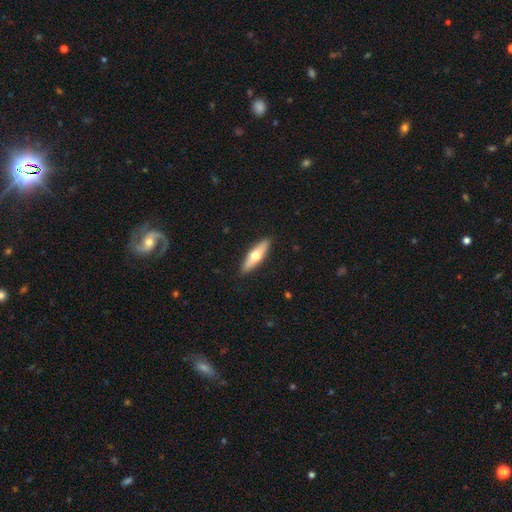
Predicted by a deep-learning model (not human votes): Overall: smooth (53%; featured or disk 42%). How rounded: cigar-shaped (61%; in between 37%). Merging: none (90%).